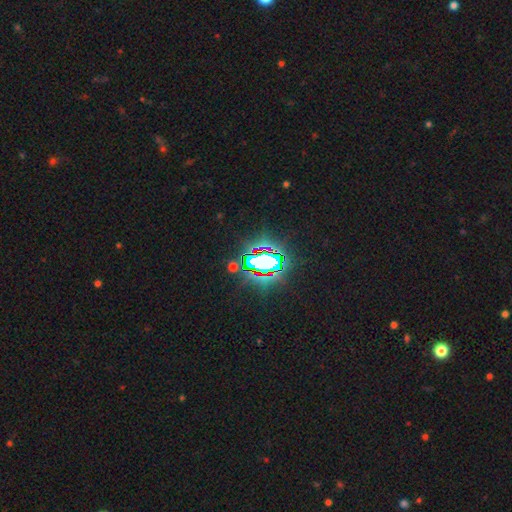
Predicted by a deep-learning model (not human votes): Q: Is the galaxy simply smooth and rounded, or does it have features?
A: star or artifact — 69%.